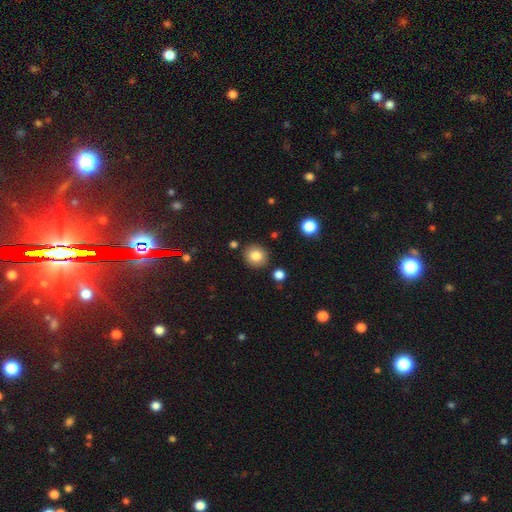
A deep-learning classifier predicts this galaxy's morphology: type=smooth (82%); roundness=round (87%); merging=none (88%).